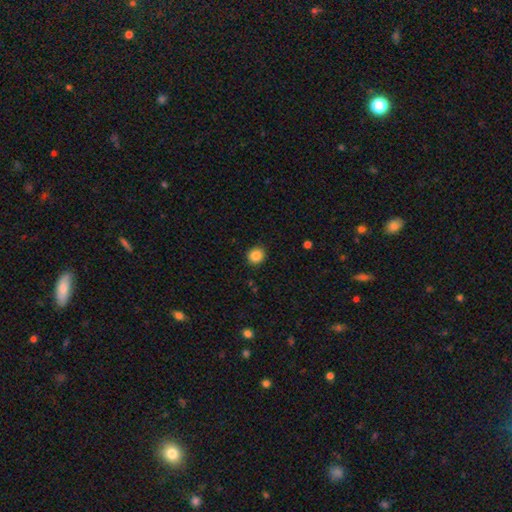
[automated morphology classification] The model was most divided on "smooth or featured": smooth: 86%, star or artifact: 10%, featured or disk: 4%. More confident: merging — none (91%); how rounded — round (89%).